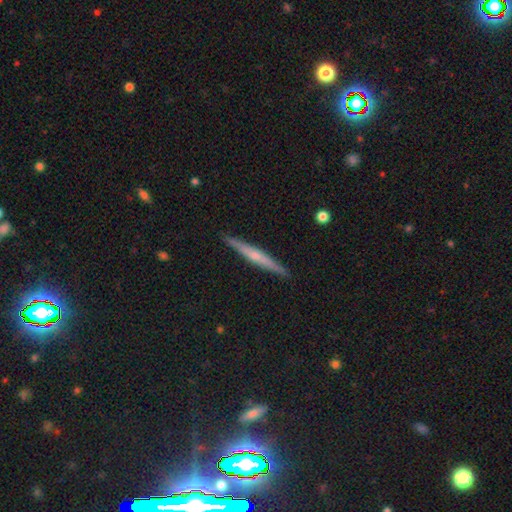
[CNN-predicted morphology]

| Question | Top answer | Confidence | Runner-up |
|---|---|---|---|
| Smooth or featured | featured or disk | 62% | smooth (32%) |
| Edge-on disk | yes | 98% | no (2%) |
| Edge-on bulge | rounded | 59% | none (32%) |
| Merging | none | 92% | minor disturbance (6%) |